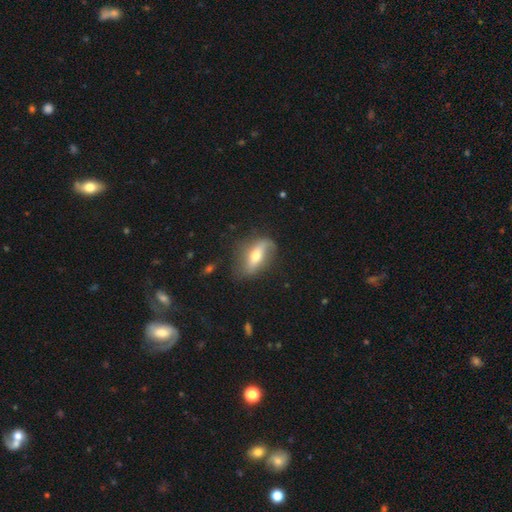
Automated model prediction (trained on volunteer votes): Overall: featured or disk (58%; smooth 35%). Edge-on disk: no (65%; yes 35%). Merging: none (65%).